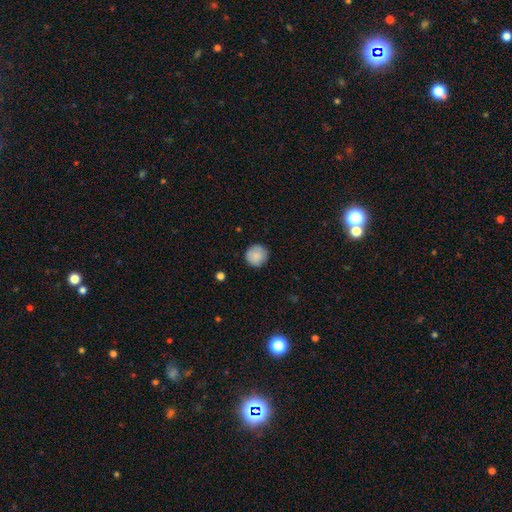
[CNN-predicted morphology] smooth 85%, featured or disk 8%, star or artifact 7%. Down the decision tree: how rounded — round (94%); merging — none (86%).